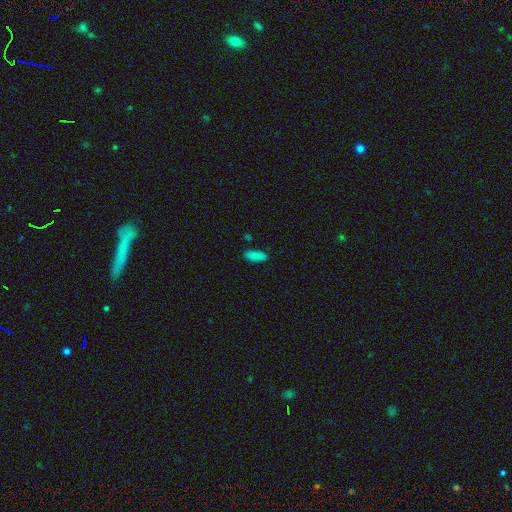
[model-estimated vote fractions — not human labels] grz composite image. It shows a smooth galaxy with no disk features (86%) that is in between round and cigar-shaped (75%). Merging: none (85%).